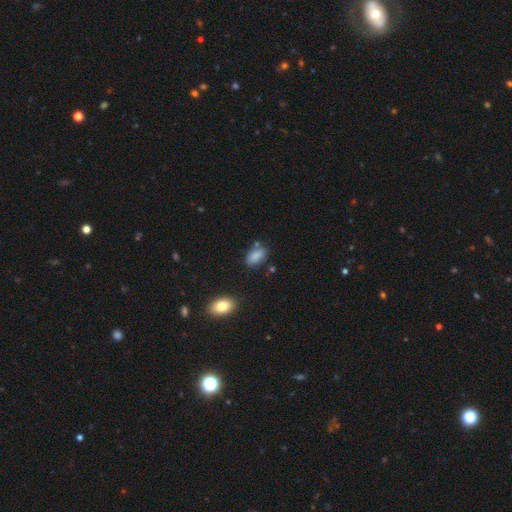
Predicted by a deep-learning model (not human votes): Morphology: type=smooth (85%); roundness=in between (91%); merging=none (72%).